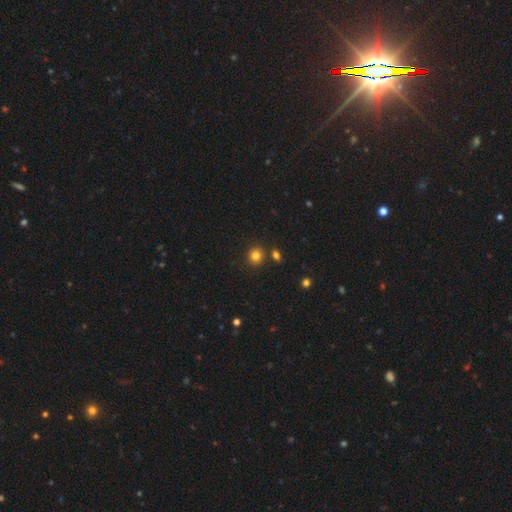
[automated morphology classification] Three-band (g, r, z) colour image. It shows a smooth galaxy with no disk features (81%) that is round (87%). Merging: none (84%).